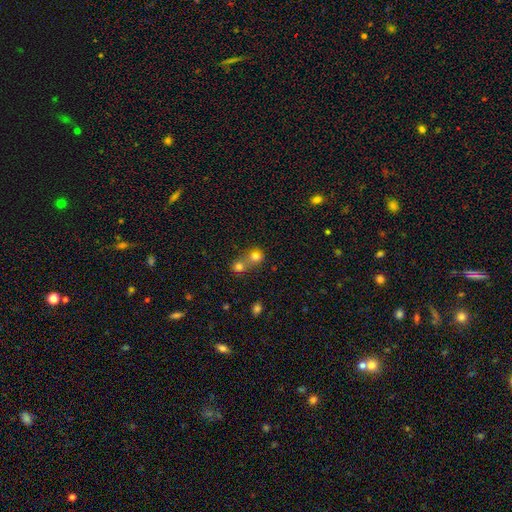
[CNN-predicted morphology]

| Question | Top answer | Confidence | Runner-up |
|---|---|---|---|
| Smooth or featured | smooth | 76% | star or artifact (14%) |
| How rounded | round | 80% | in between (19%) |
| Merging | merger | 57% | none (35%) |